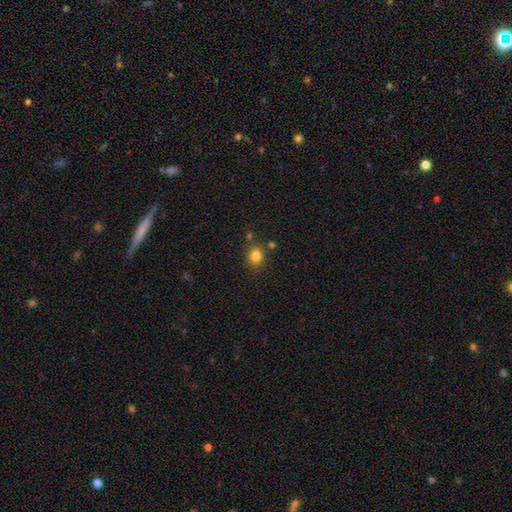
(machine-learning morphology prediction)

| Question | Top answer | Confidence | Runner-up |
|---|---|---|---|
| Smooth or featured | smooth | 82% | star or artifact (12%) |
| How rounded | round | 65% | in between (34%) |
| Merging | none | 79% | minor disturbance (11%) |